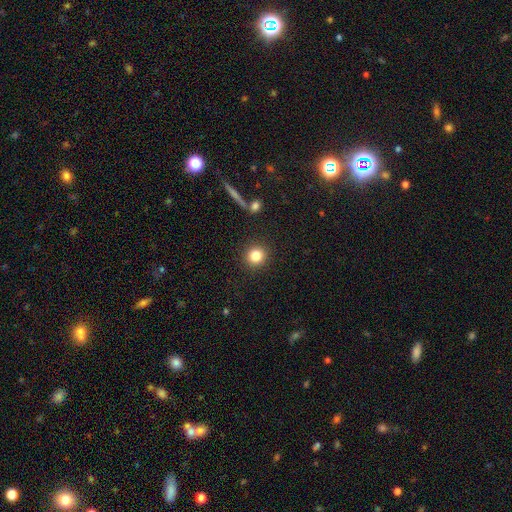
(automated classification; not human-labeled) Smooth or featured? Predicted: smooth (p=0.83). How rounded? Predicted: round (p=0.92). Merging? Predicted: none (p=0.90).